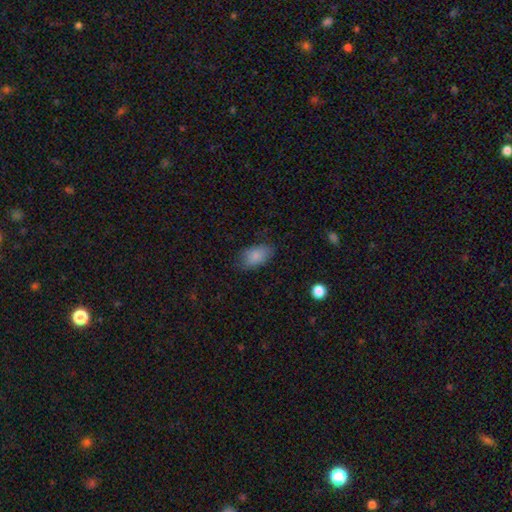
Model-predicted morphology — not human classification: A smooth galaxy with no disk features (84%) that is in between round and cigar-shaped (91%). Merging: none (74%).